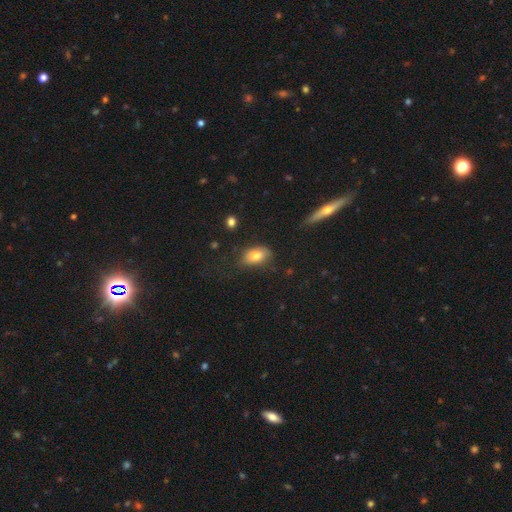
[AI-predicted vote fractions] Overall: smooth (78%). How rounded: in between (87%). Merging: none (64%; minor disturbance 25%).